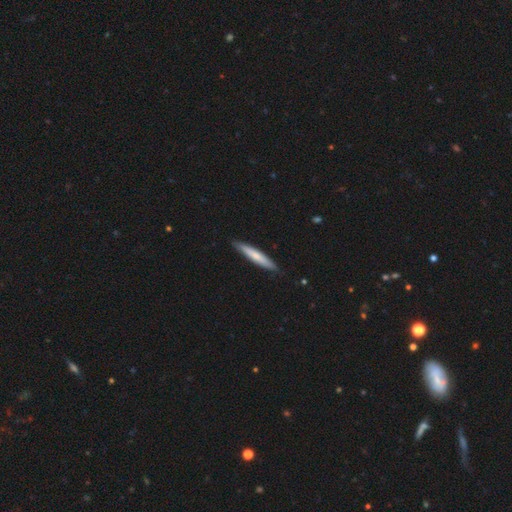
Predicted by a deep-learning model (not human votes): Smooth or featured? smooth (65%)
How rounded? cigar-shaped (93%)
Merging? none (89%)